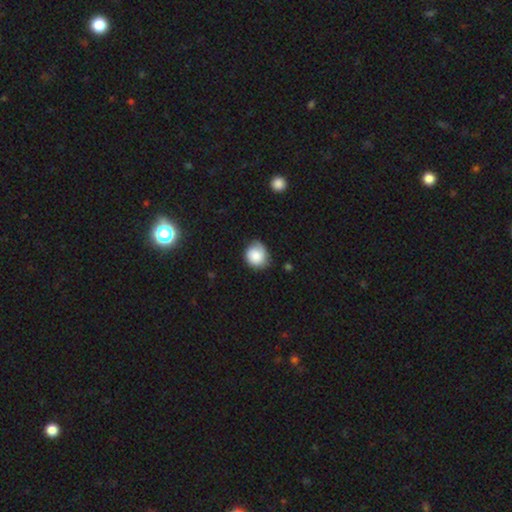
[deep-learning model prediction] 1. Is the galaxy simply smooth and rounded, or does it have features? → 79% smooth, 14% featured or disk, 7% star or artifact.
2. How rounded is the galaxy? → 80% round, 19% in between, 1% cigar-shaped.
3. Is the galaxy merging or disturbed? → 60% none, 32% minor disturbance, 7% major disturbance, 2% merger.